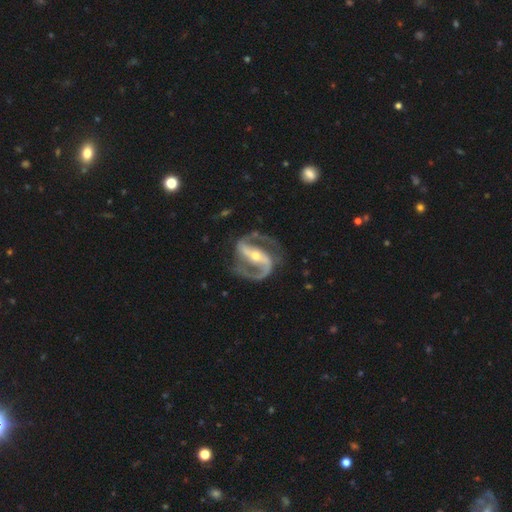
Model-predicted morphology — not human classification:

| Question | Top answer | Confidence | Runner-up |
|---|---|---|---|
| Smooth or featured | featured or disk | 94% | star or artifact (4%) |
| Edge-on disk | no | 97% | yes (3%) |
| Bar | strong | 65% | weak (22%) |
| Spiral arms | yes | 98% | no (2%) |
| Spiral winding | medium | 62% | tight (21%) |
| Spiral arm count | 2 | 94% | 1 (2%) |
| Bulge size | small | 48% | tied: moderate (48%) |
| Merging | none | 80% | minor disturbance (12%) |